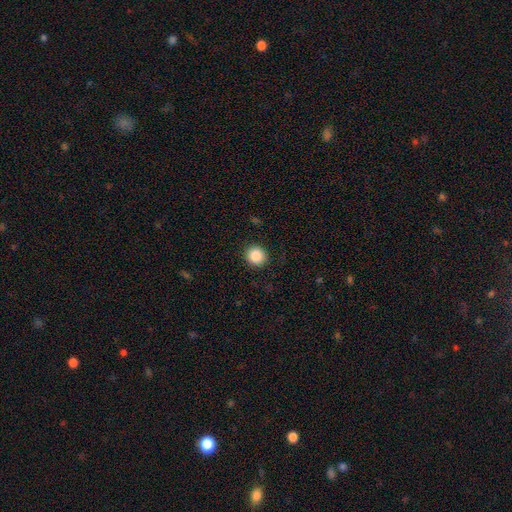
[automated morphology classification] smooth 86%, star or artifact 9%, featured or disk 4%. Down the decision tree: how rounded — round (91%); merging — none (92%).